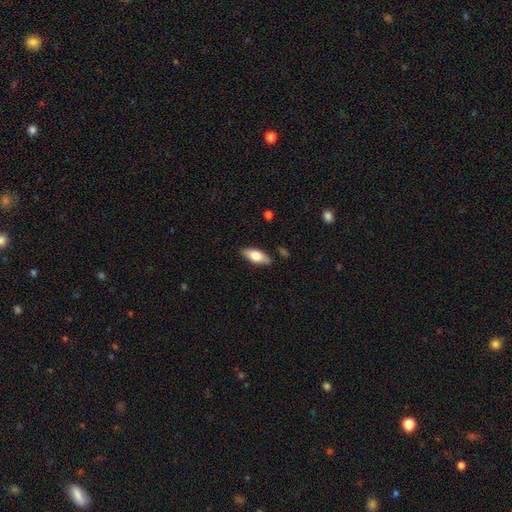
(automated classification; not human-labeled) The model was most divided on "smooth or featured": smooth: 69%, featured or disk: 25%, star or artifact: 6%. More confident: merging — none (86%); how rounded — in between (80%).